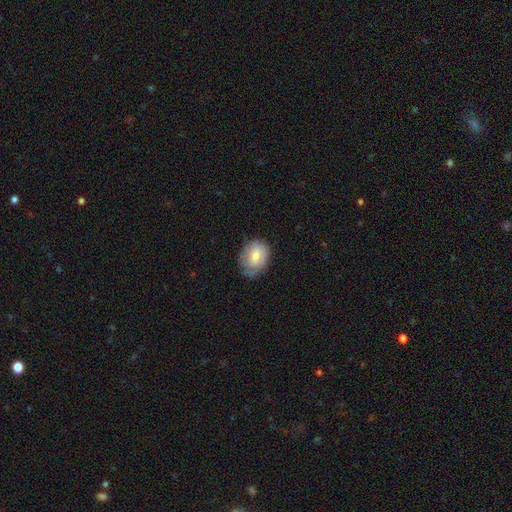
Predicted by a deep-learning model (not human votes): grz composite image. It shows a smooth galaxy with no disk features (65%) that is in between round and cigar-shaped (62%). Merging: none (63%).